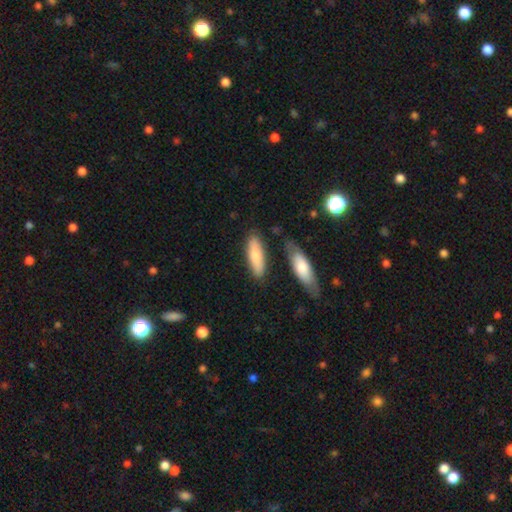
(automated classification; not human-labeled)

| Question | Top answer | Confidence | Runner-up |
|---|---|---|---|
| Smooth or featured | smooth | 78% | featured or disk (16%) |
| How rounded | cigar-shaped | 50% | in between (48%) |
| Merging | none | 76% | minor disturbance (14%) |